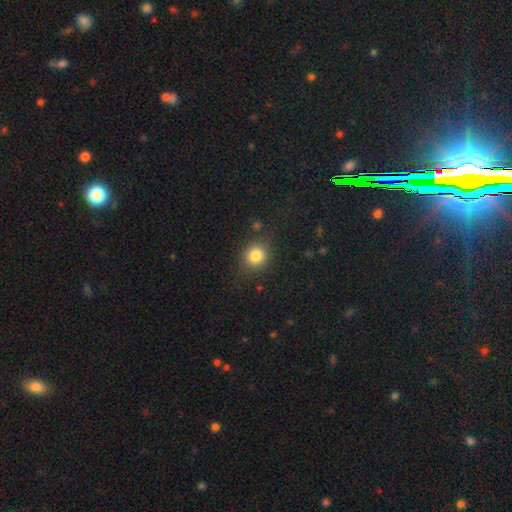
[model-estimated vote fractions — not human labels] This is clearly a smooth galaxy (83%). How rounded: clearly round (83%). Merging: clearly none (86%).